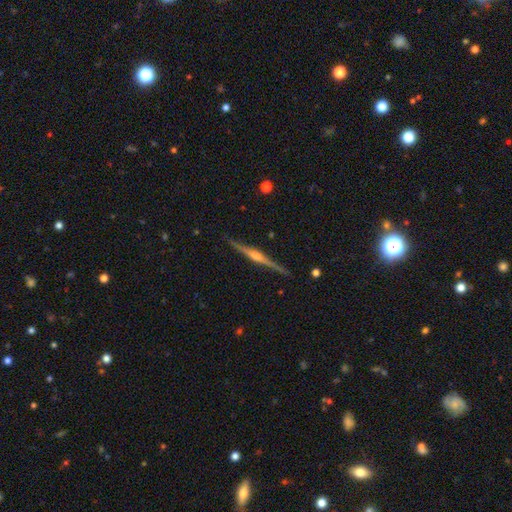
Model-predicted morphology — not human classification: A featured or disk galaxy (85%) viewed edge-on (99%) with a rounded central bulge (82%).

Vote fractions:
- Smooth or featured? featured or disk: 85% / smooth: 10% / star or artifact: 5%
- Edge-on disk? yes: 99% / no: 1%
- Edge-on bulge? rounded: 82% / boxy: 11% / none: 7%
- Merging? none: 91% / minor disturbance: 7% / major disturbance: 1% / merger: 1%